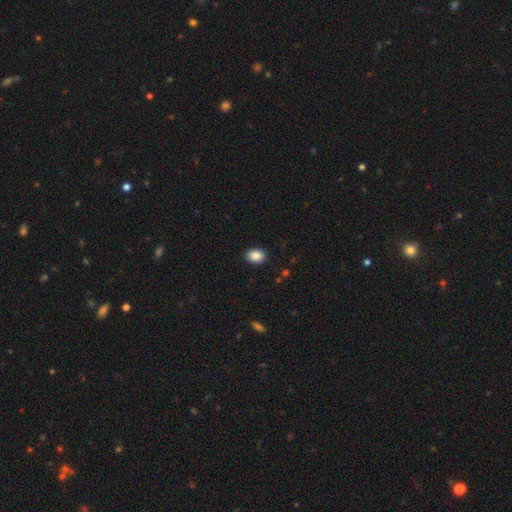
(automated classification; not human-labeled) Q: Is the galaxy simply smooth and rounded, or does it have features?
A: smooth — 87%.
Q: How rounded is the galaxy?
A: in between — 69%.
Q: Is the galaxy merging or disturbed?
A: none — 90%.